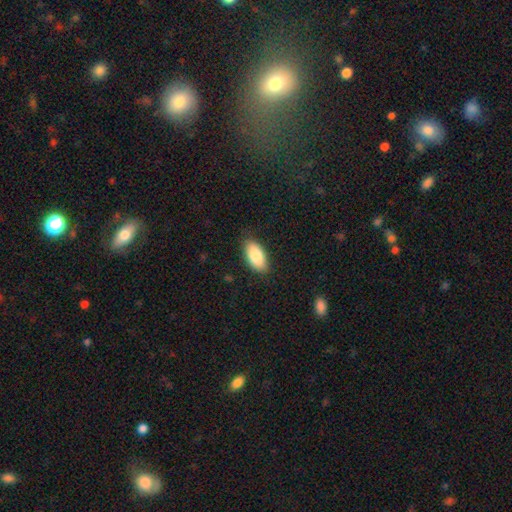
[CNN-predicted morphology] A smooth galaxy with no disk features (85%) that is in between round and cigar-shaped (93%). Merging: none (85%).